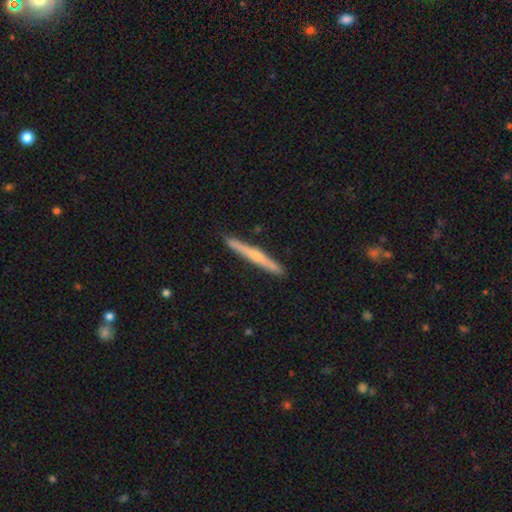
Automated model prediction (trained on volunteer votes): Smooth or featured: featured or disk — 54% (smooth — 41%)
Edge-on disk: yes — 97% (no — 3%)
Edge-on bulge: rounded — 58% (none — 37%)
Merging: none — 91% (minor disturbance — 7%)